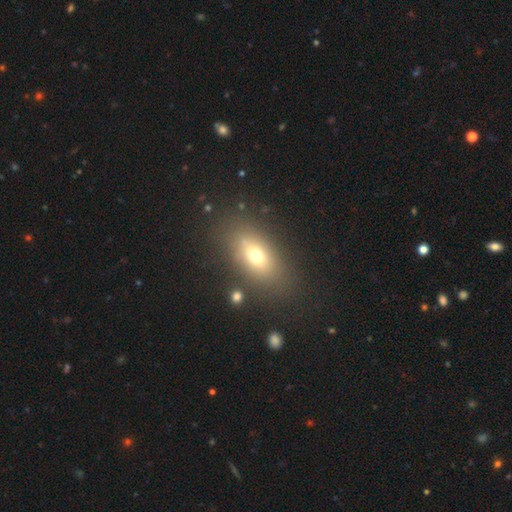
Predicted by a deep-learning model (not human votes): A smooth galaxy with no disk features (67%) that is in between round and cigar-shaped (81%). Merging: none (79%).